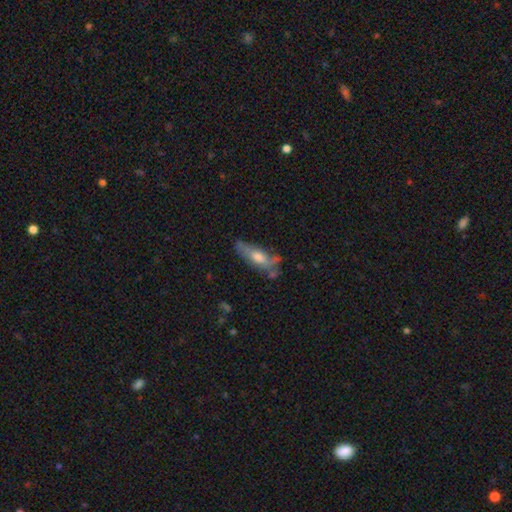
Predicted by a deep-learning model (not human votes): A featured or disk galaxy (48%).

Vote fractions:
- Smooth or featured? featured or disk: 48% / smooth: 44% / star or artifact: 9%
- Merging? none: 53% / minor disturbance: 27% / major disturbance: 13% / merger: 7%